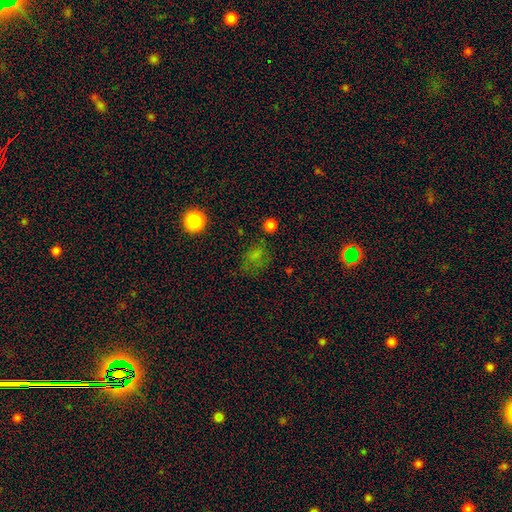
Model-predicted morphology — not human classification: Smooth or featured? smooth (59%)
How rounded? round (54%)
Merging? none (60%)